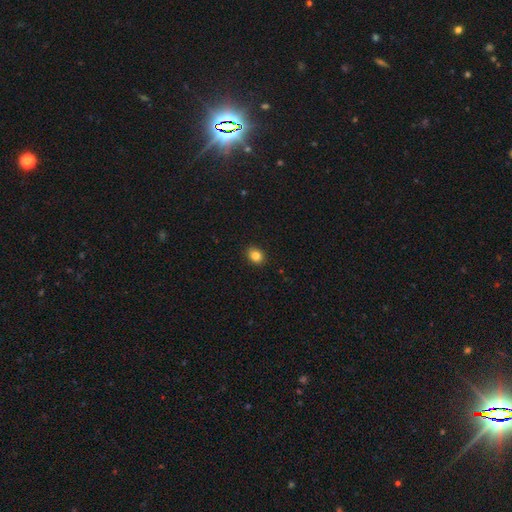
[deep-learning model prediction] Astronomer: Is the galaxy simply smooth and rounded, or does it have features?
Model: smooth — 83%.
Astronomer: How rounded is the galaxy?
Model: round — 52% (runner-up: in between, 47%).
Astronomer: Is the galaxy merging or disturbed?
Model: none — 90%.